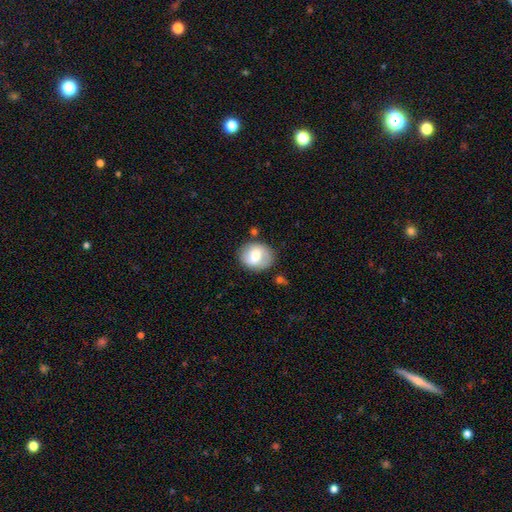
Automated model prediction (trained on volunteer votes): A smooth galaxy with no disk features (60%) that is round (64%). Merging: none (76%).